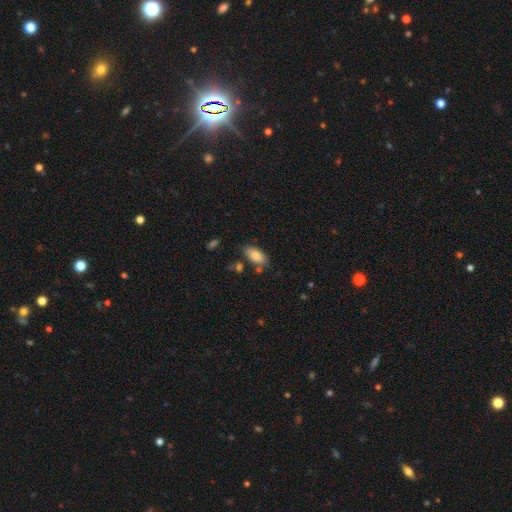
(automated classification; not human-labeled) Overall: smooth (83%). How rounded: in between (92%). Merging: none (72%).